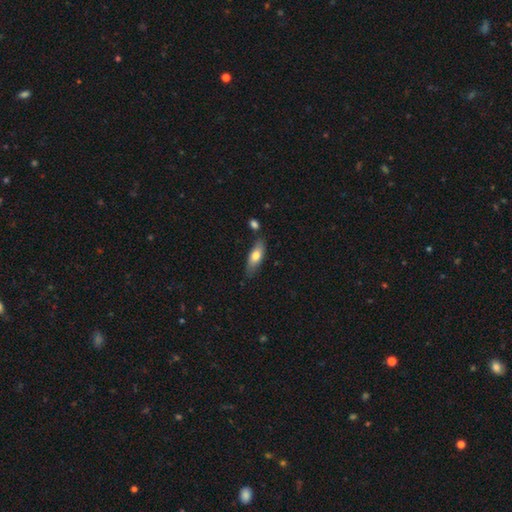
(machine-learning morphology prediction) The model was most divided on "how rounded": in between: 62%, cigar-shaped: 36%, round: 3%. More confident: merging — none (74%); smooth or featured — smooth (70%).